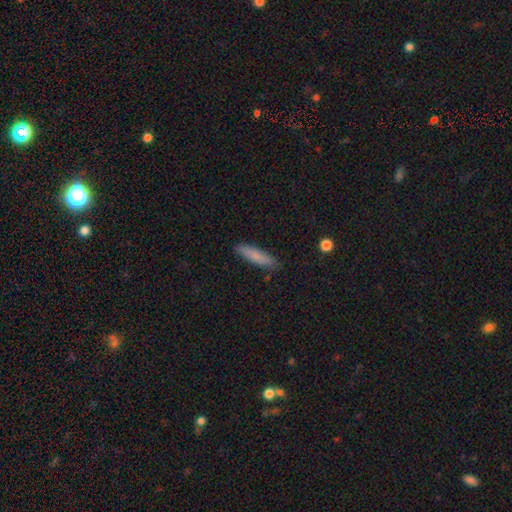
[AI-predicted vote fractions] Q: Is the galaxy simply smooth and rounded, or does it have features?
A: smooth — 81%.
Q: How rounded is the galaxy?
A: cigar-shaped — 80%.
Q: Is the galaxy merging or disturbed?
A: none — 87%.